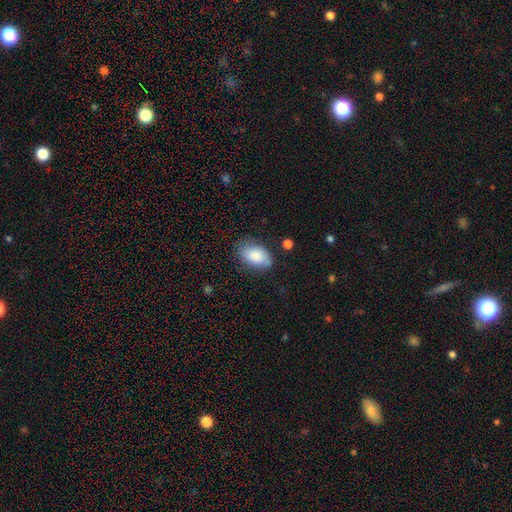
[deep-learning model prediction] Smooth or featured?
  - smooth: 82% *
  - featured or disk: 11%
  - star or artifact: 7%
How rounded?
  - in between: 90% *
  - round: 8%
  - cigar-shaped: 1%
Merging?
  - none: 69% *
  - minor disturbance: 22%
  - major disturbance: 6%
  - merger: 3%